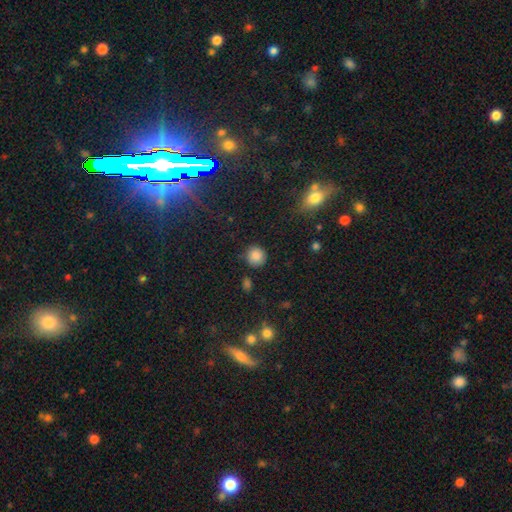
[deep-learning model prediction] Smooth or featured? smooth (85%)
How rounded? round (91%)
Merging? none (83%)